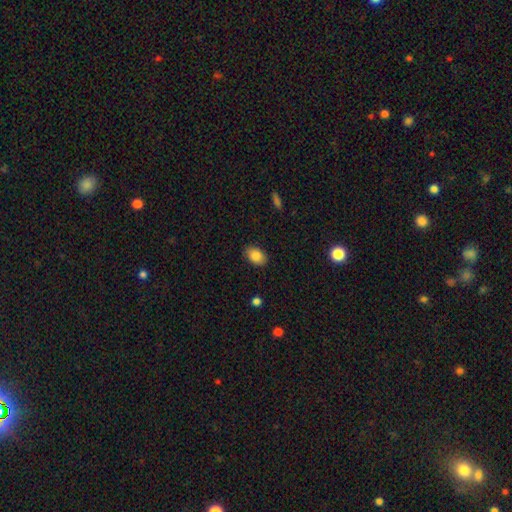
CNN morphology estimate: Overall: smooth (86%). How rounded: in between (87%). Merging: none (87%).